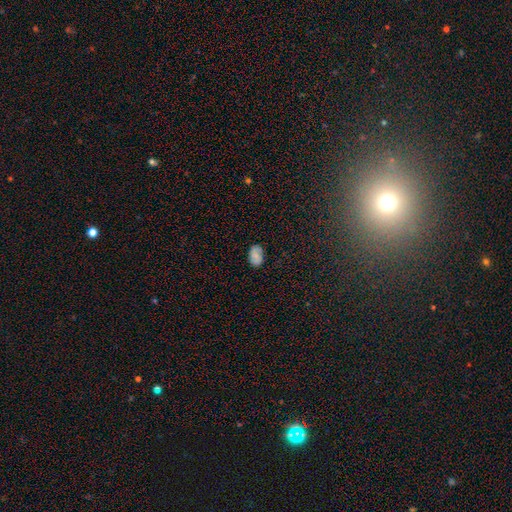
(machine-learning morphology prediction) smooth_or_featured: smooth (p=0.72) [alt: featured or disk p=0.18]
how_rounded: in between (p=0.90) [alt: round p=0.09]
merging: none (p=0.80) [alt: minor disturbance p=0.16]